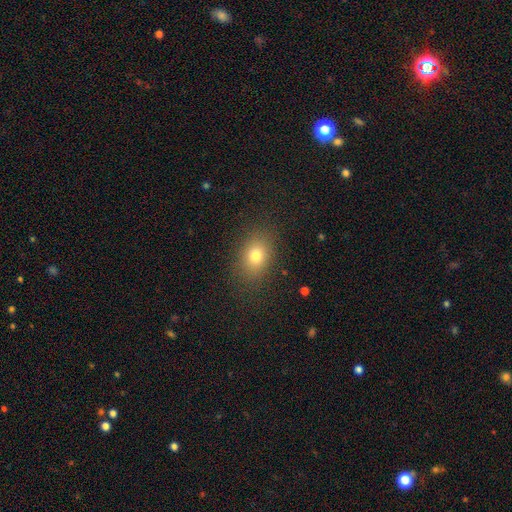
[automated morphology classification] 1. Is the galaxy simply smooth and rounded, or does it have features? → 77% smooth, 13% star or artifact, 10% featured or disk.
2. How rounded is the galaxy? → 67% in between, 32% round, 2% cigar-shaped.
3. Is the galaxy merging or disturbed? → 85% none, 10% minor disturbance, 4% major disturbance, 1% merger.